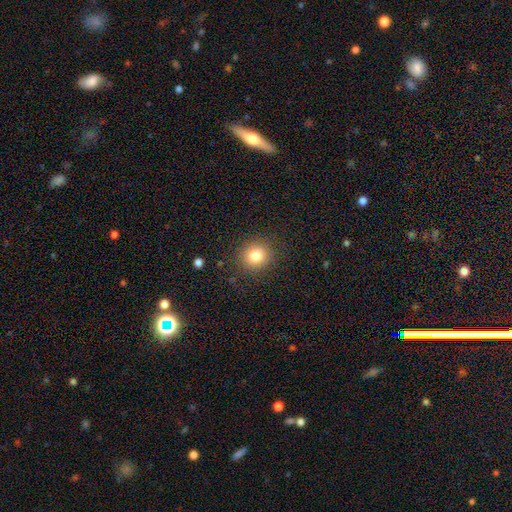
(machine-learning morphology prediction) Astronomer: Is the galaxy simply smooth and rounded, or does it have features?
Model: smooth — 81%.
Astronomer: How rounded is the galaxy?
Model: round — 86%.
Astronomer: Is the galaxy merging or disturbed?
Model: none — 88%.